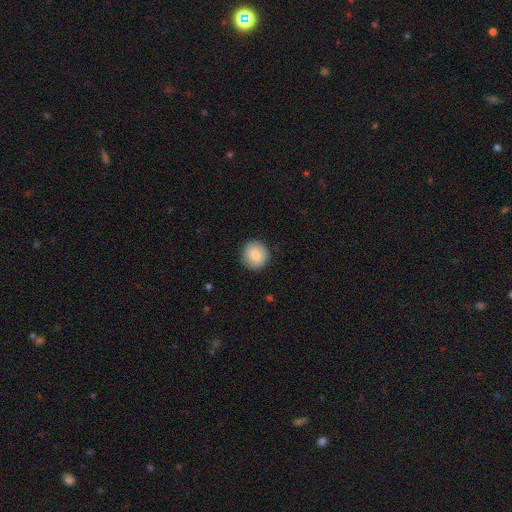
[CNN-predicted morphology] smooth_or_featured: smooth (p=0.84) [alt: featured or disk p=0.08]
how_rounded: round (p=0.92) [alt: in between p=0.07]
merging: none (p=0.89) [alt: minor disturbance p=0.08]